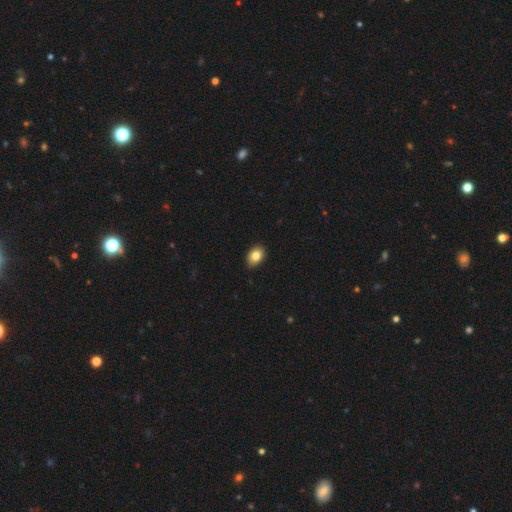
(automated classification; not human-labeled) smooth 83%, star or artifact 9%, featured or disk 8%. Down the decision tree: how rounded — in between (76%); merging — none (86%).